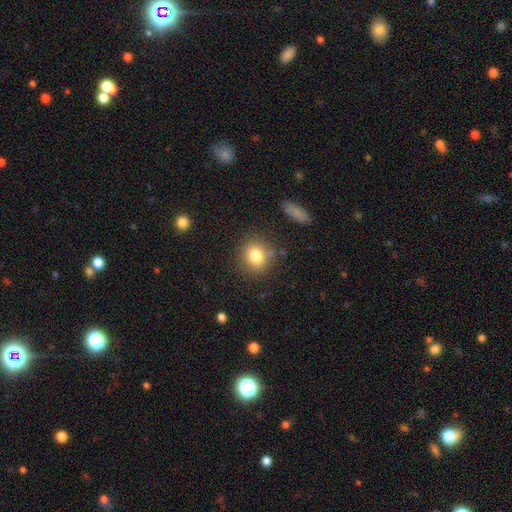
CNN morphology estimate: A smooth galaxy with no disk features (80%) that is round (77%). Merging: none (82%).